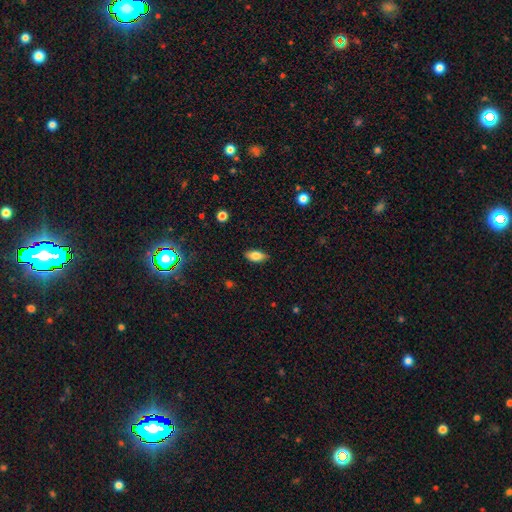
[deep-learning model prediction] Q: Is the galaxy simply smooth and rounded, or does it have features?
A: smooth — 81%.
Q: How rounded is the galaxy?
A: in between — 90%.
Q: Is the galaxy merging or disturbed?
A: none — 86%.